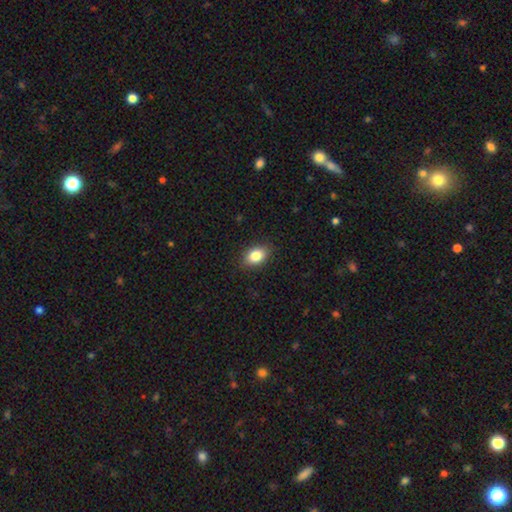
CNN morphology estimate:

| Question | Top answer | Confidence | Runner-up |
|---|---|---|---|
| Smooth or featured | smooth | 84% | star or artifact (9%) |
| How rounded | in between | 82% | round (17%) |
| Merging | none | 87% | minor disturbance (9%) |